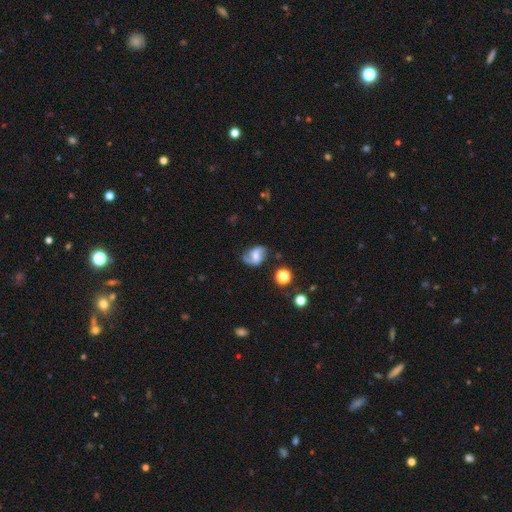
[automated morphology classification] type=featured or disk (71%); edge-on=no (97%); bar=weak (47%); spiral arms=yes (92%); winding=loose (53%); arm count=2 (88%); bulge=small (38%); merging=none (69%).